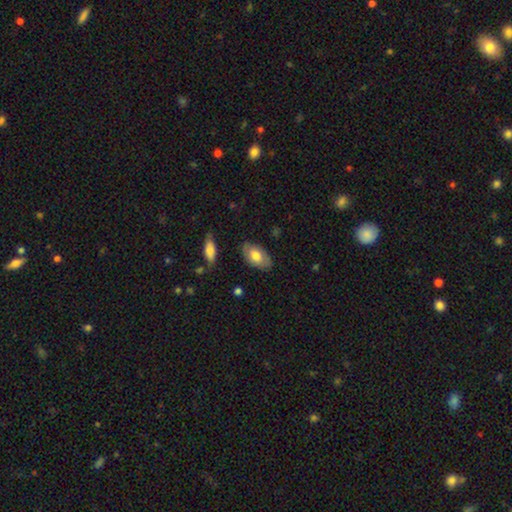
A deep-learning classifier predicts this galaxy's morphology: smooth-or-featured: smooth: 70% | featured or disk: 24% | star or artifact: 6%
  how-rounded: in between: 93% | round: 5% | cigar-shaped: 2%
  merging: none: 79% | minor disturbance: 16% | major disturbance: 3% | merger: 1%